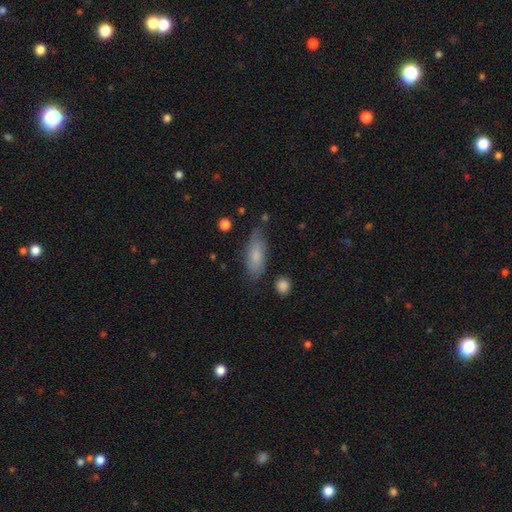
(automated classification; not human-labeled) Morphology: type=smooth (77%); roundness=in between (72%); merging=none (71%).